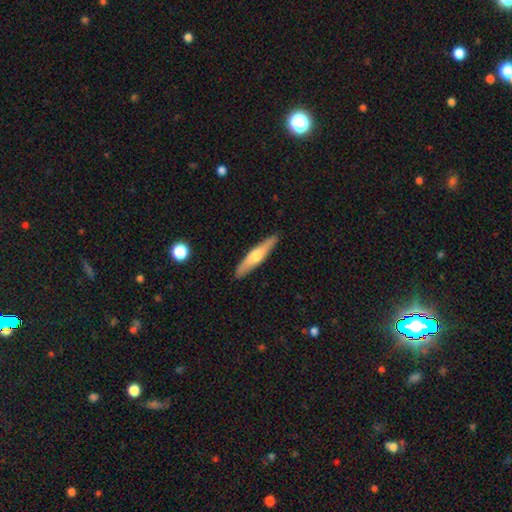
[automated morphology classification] Smooth or featured?
  - featured or disk: 47% * (tied)
  - smooth: 47% * (tied)
  - star or artifact: 6%
Merging?
  - none: 90% *
  - minor disturbance: 7%
  - major disturbance: 2%
  - merger: 1%